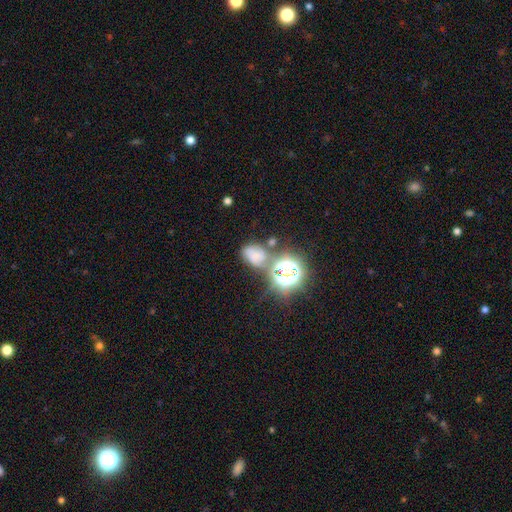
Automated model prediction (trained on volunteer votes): Smooth or featured?
  - smooth: 48% *
  - star or artifact: 36%
  - featured or disk: 16%
Merging?
  - none: 42% *
  - merger: 26%
  - minor disturbance: 19%
  - major disturbance: 13%